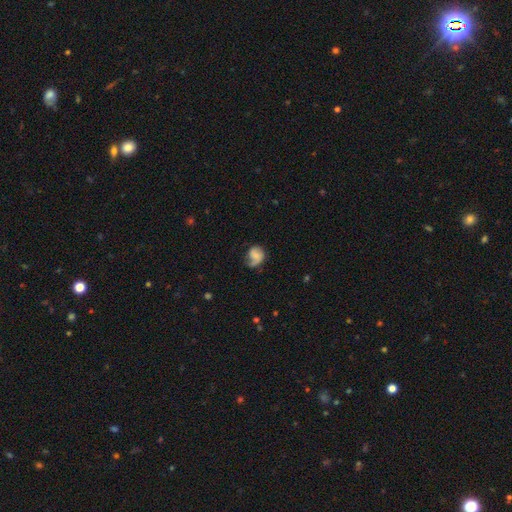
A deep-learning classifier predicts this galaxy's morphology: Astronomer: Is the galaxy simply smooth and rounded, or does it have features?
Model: smooth — 49% (runner-up: featured or disk, 43%).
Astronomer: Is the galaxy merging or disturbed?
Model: none — 43% (runner-up: minor disturbance, 32%).